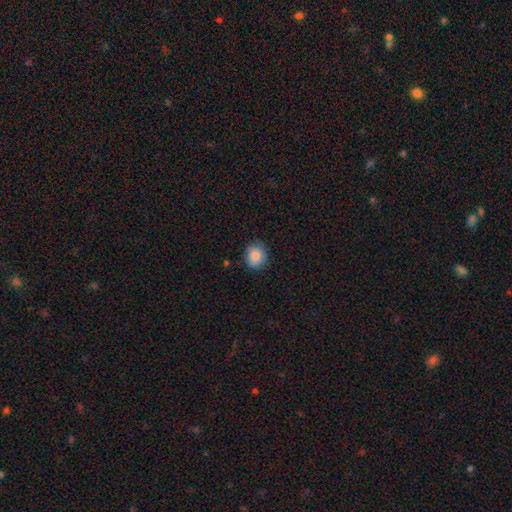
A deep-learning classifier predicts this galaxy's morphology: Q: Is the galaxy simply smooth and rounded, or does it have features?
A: smooth — 86%.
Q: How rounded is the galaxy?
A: round — 67%.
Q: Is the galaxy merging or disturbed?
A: none — 84%.